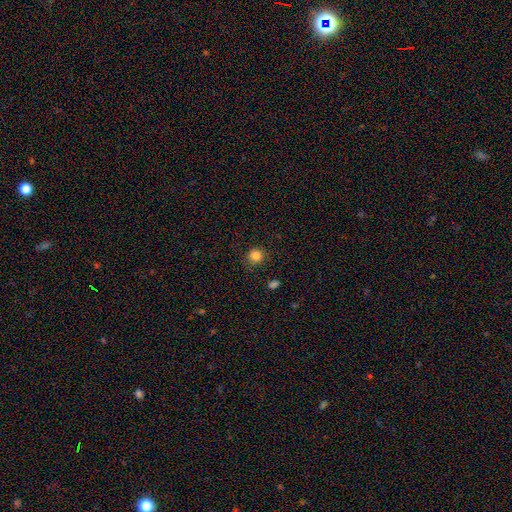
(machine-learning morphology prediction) smooth_or_featured: smooth (p=0.84) [alt: star or artifact p=0.12]
how_rounded: round (p=0.91) [alt: in between p=0.08]
merging: none (p=0.86) [alt: minor disturbance p=0.10]